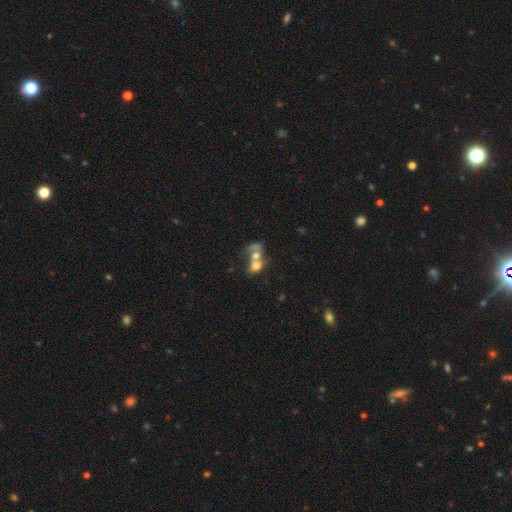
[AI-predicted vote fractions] Smooth or featured?
  - smooth: 60% *
  - featured or disk: 29%
  - star or artifact: 11%
How rounded?
  - in between: 54% *
  - round: 44%
  - cigar-shaped: 2%
Merging?
  - merger: 76% *
  - none: 12%
  - major disturbance: 7%
  - minor disturbance: 5%